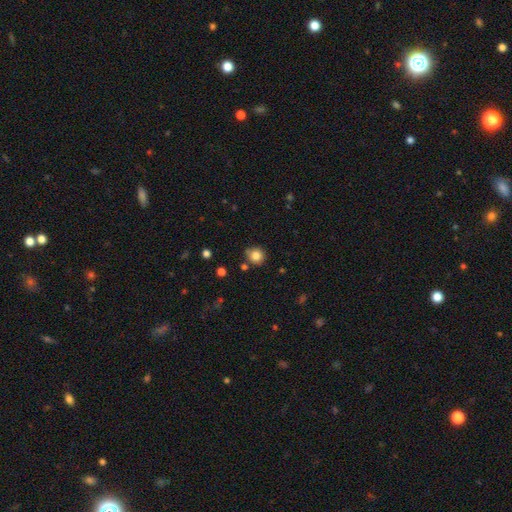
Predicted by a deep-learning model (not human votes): Overall: smooth (83%). How rounded: round (90%). Merging: none (79%).